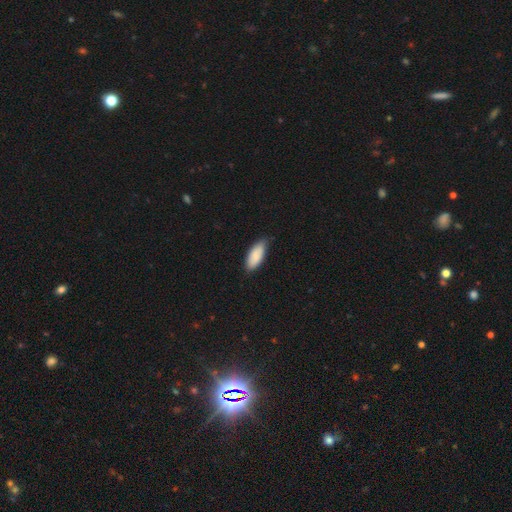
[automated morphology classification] A smooth galaxy with no disk features (87%) that is in between round and cigar-shaped (84%). Merging: none (73%).